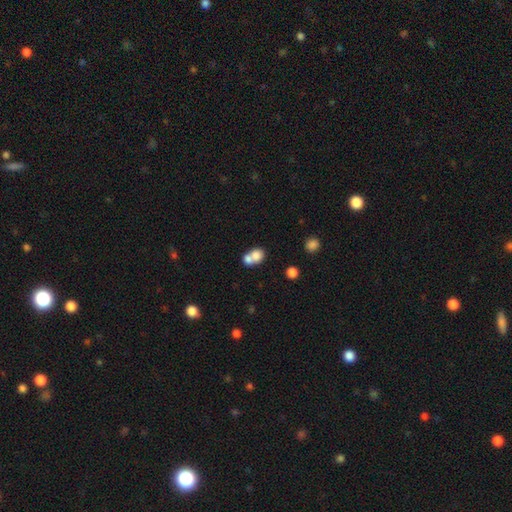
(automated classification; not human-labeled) Morphology: type=smooth (76%); roundness=round (60%); merging=merger (65%).